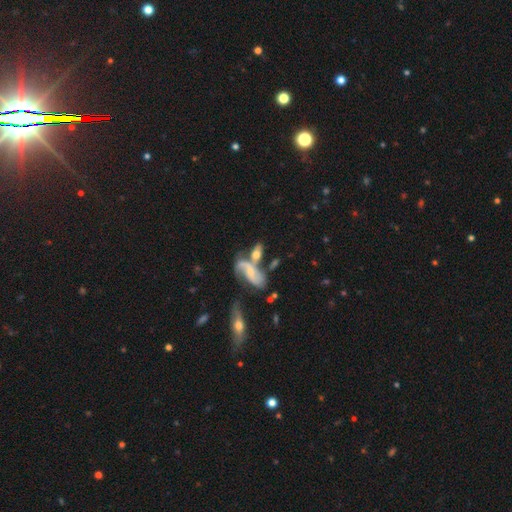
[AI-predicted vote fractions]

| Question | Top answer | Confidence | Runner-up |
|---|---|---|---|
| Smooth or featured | featured or disk | 68% | smooth (22%) |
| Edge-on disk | no | 87% | yes (13%) |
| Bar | no | 52% | weak (35%) |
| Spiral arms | yes | 85% | no (15%) |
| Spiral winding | loose | 51% | medium (35%) |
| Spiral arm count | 2 | 80% | can't tell (8%) |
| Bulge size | small | 53% | moderate (30%) |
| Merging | merger | 42% | none (33%) |